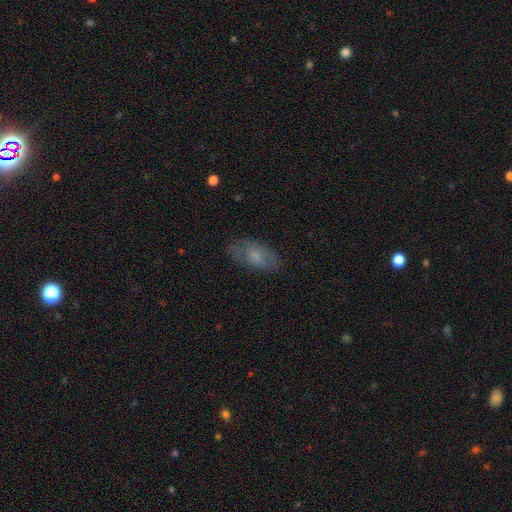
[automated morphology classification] smooth_or_featured: smooth (p=0.69) [alt: featured or disk p=0.23]
how_rounded: in between (p=0.89) [alt: cigar-shaped p=0.08]
merging: none (p=0.74) [alt: minor disturbance p=0.18]